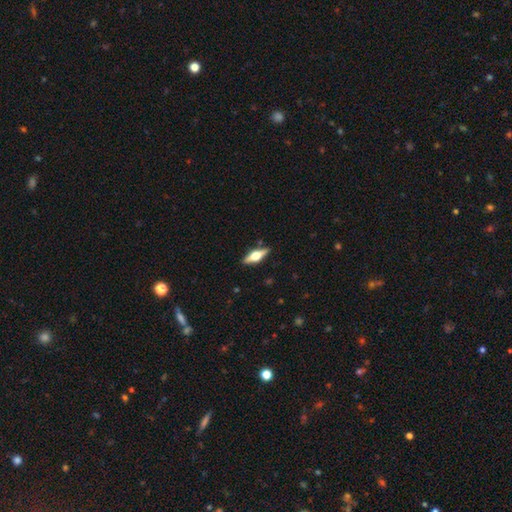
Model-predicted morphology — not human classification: Q: Smooth or featured?
A: featured or disk (65%); runner-up: smooth (29%)
Q: Edge-on disk?
A: yes (96%); runner-up: no (4%)
Q: Edge-on bulge?
A: rounded (95%); runner-up: boxy (4%)
Q: Merging?
A: none (89%); runner-up: minor disturbance (8%)